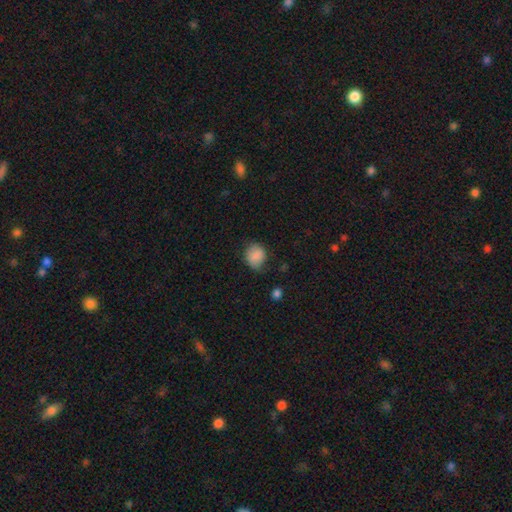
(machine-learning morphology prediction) type=smooth (83%); roundness=round (65%); merging=none (62%).